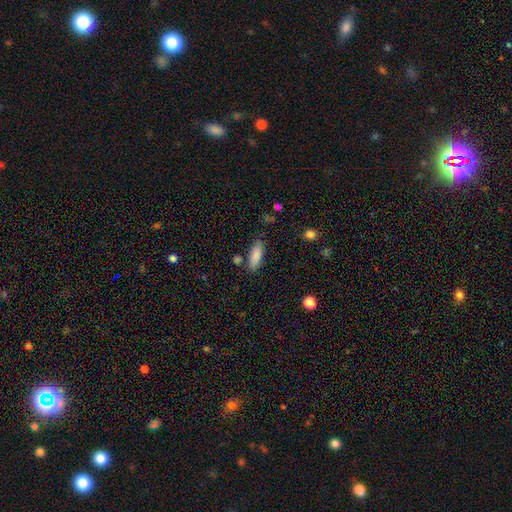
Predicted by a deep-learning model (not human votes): Smooth or featured?
  - smooth: 86% *
  - featured or disk: 7%
  - star or artifact: 7%
How rounded?
  - in between: 62% *
  - cigar-shaped: 36%
  - round: 2%
Merging?
  - none: 80% *
  - minor disturbance: 12%
  - merger: 5%
  - major disturbance: 3%